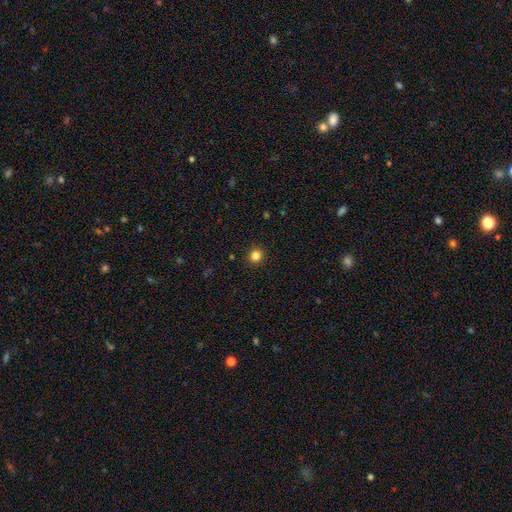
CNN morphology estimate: Smooth or featured: smooth — 83% (star or artifact — 13%)
How rounded: round — 92% (in between — 7%)
Merging: none — 92% (minor disturbance — 5%)